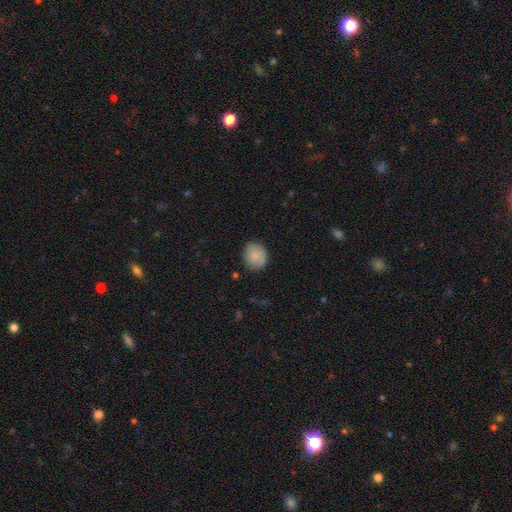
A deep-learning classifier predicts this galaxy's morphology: Smooth or featured?
  - smooth: 87% *
  - star or artifact: 7%
  - featured or disk: 5%
How rounded?
  - round: 73% *
  - in between: 26%
  - cigar-shaped: 1%
Merging?
  - none: 83% *
  - minor disturbance: 13%
  - major disturbance: 3%
  - merger: 1%